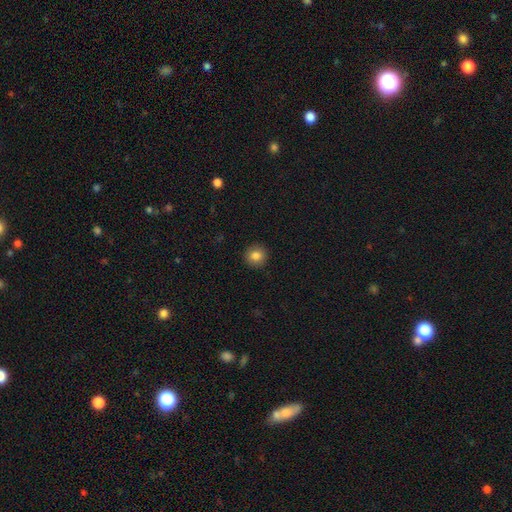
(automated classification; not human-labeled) A smooth galaxy with no disk features (84%) that is round (92%). Merging: none (92%).